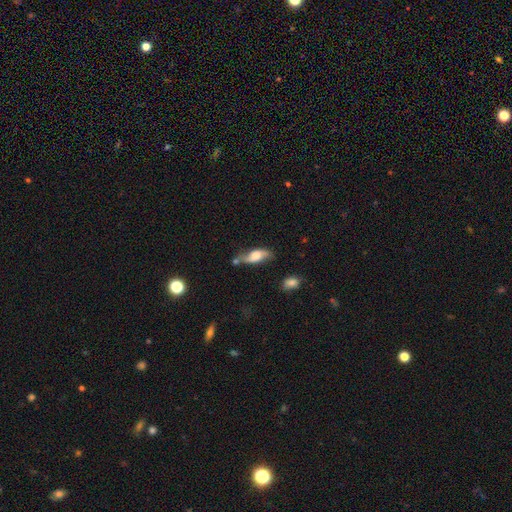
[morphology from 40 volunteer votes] This appears to be a featured or disk galaxy (52%) with no bar (58%), 2 (93%) loose (53%) spiral arms (79%) and a large central bulge (58%). Merging: none (58%).